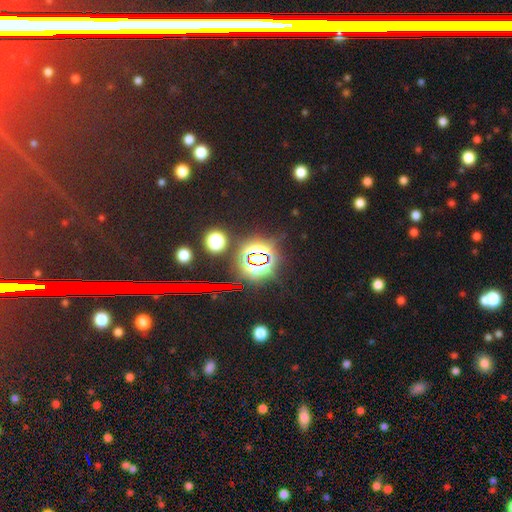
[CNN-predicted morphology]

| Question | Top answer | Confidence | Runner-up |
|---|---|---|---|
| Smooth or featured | star or artifact | 78% | smooth (14%) |